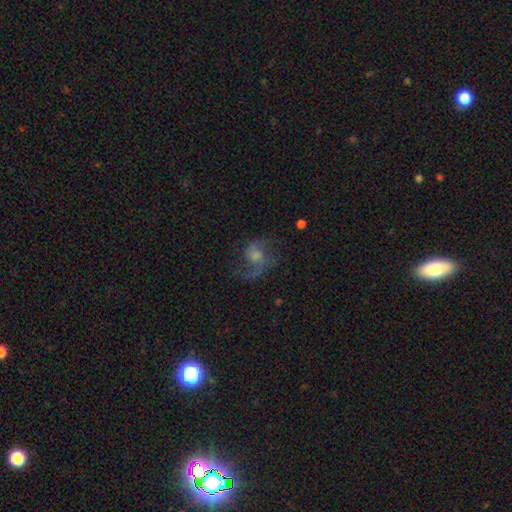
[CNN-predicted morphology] featured or disk 75%, smooth 13%, star or artifact 12%. Down the decision tree: edge-on disk — no (97%); bar — no (60%); spiral arms — yes (93%); spiral arm count — 2 (74%); spiral winding — loose (51%); bulge size — moderate (41%); merging — none (62%).